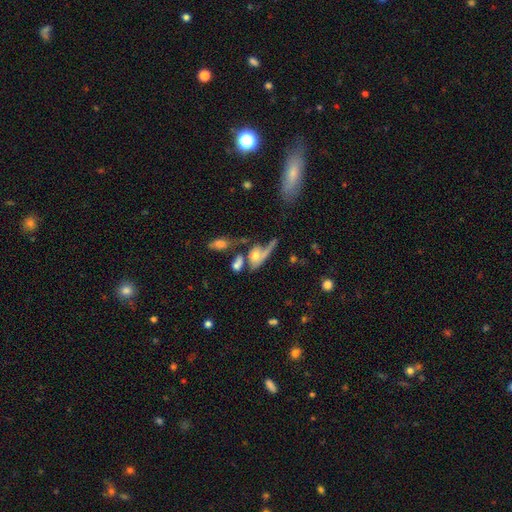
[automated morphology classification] Smooth or featured?
  - featured or disk: 57% *
  - smooth: 28%
  - star or artifact: 14%
Edge-on disk?
  - no: 79% *
  - yes: 21%
Merging?
  - merger: 29% * (tied)
  - none: 29% * (tied)
  - major disturbance: 25%
  - minor disturbance: 16%